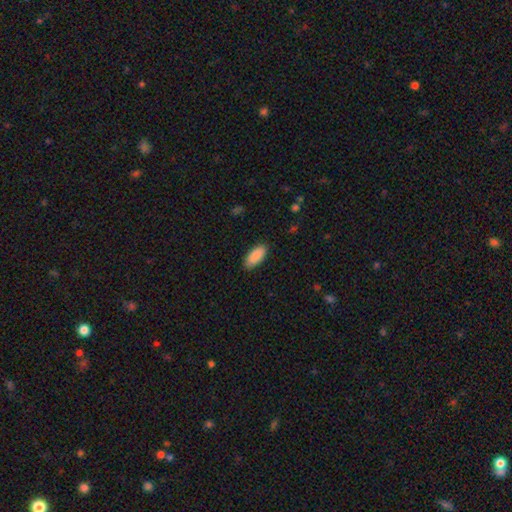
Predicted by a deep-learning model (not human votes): A smooth galaxy with no disk features (91%) that is in between round and cigar-shaped (89%). Merging: none (88%).